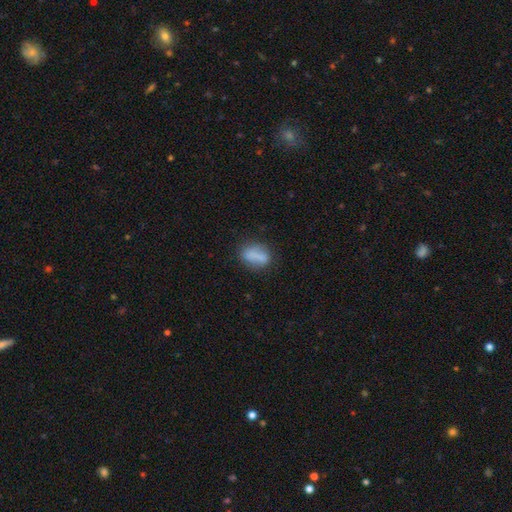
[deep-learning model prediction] A smooth galaxy with no disk features (75%) that is in between round and cigar-shaped (71%). Merging: none (63%).